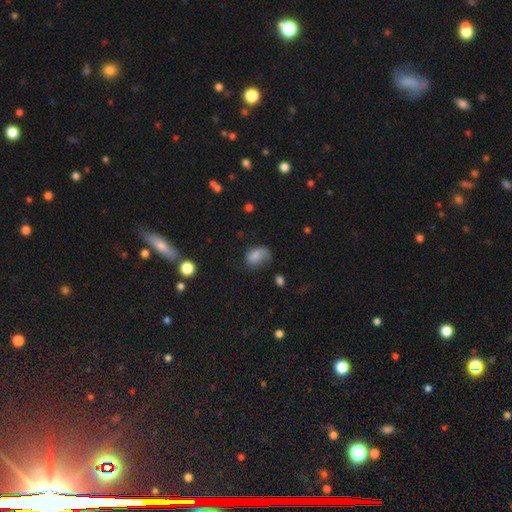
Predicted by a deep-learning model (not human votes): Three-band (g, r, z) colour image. It shows a smooth galaxy with no disk features (66%) that is in between round and cigar-shaped (77%). Merging: none (41%).